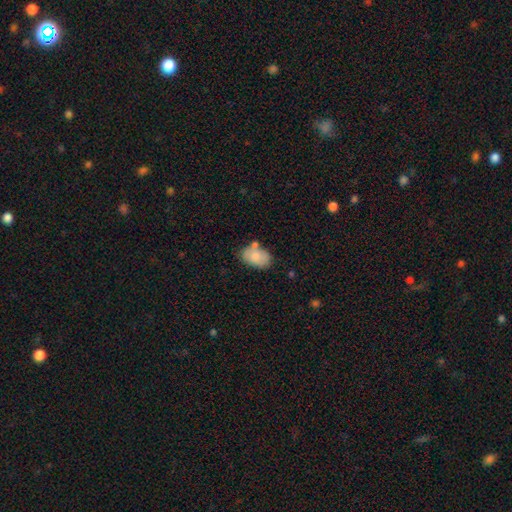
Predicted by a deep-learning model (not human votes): This appears to be a smooth galaxy with no disk features (79%) that is in between round and cigar-shaped (89%). Merging: none (60%).